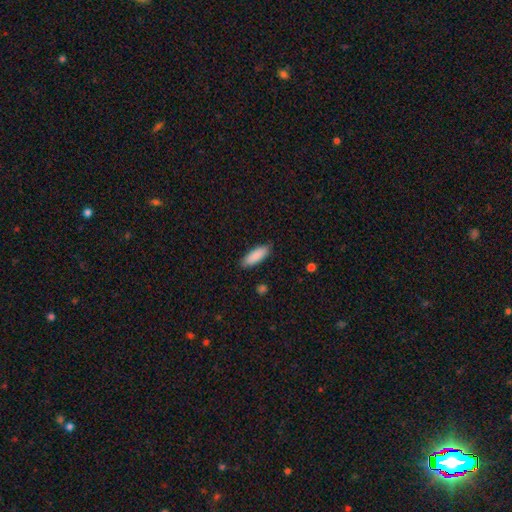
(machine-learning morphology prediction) Smooth or featured: smooth — 89% (star or artifact — 6%)
How rounded: in between — 62% (cigar-shaped — 36%)
Merging: none — 87% (minor disturbance — 10%)